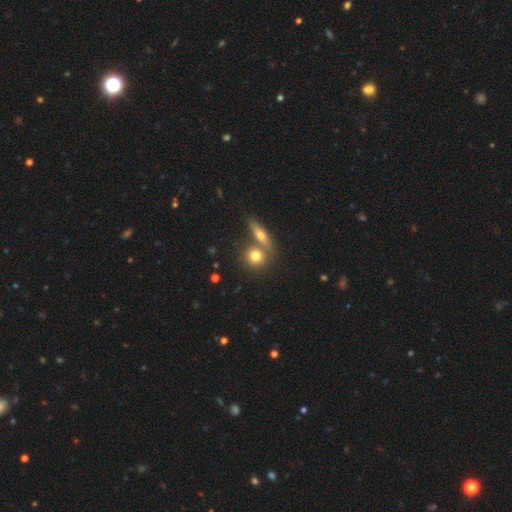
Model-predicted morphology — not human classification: The model was most divided on "merging": none: 55%, merger: 34%, minor disturbance: 8%, major disturbance: 3%. More confident: how rounded — round (76%); smooth or featured — smooth (74%).